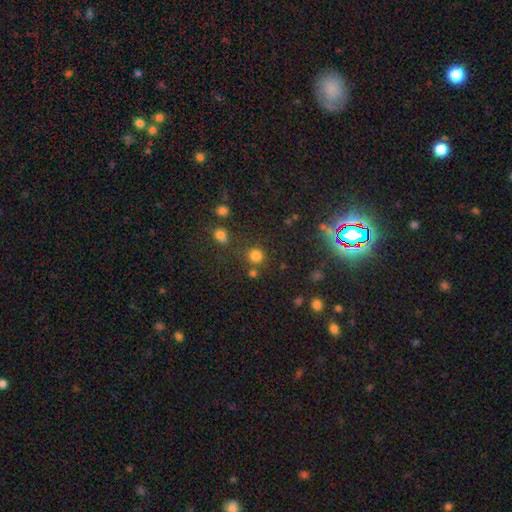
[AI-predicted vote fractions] This appears to be a smooth galaxy with no disk features (77%) that is round (88%). Merging: none (74%).